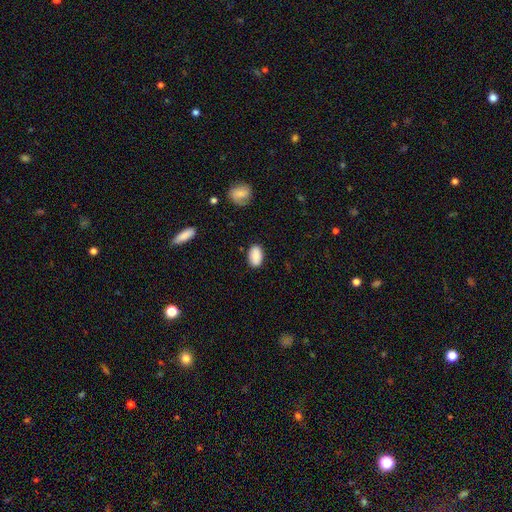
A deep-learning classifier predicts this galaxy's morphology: Smooth or featured?
  - smooth: 88% *
  - star or artifact: 7%
  - featured or disk: 5%
How rounded?
  - in between: 92% *
  - round: 7%
  - cigar-shaped: 2%
Merging?
  - none: 84% *
  - minor disturbance: 12%
  - major disturbance: 2%
  - merger: 1%